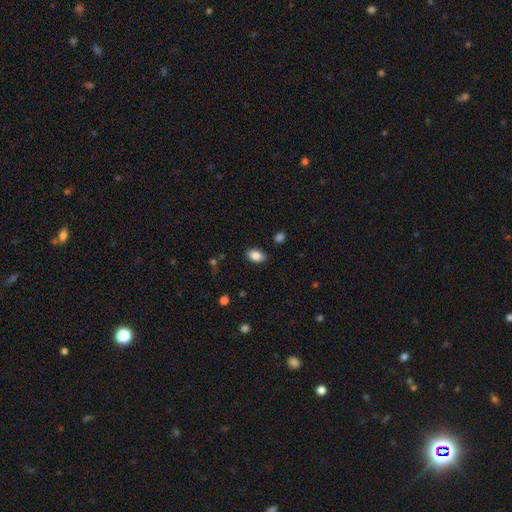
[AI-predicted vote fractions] This is clearly a smooth galaxy (85%). How rounded: clearly in between (88%). Merging: clearly none (86%).